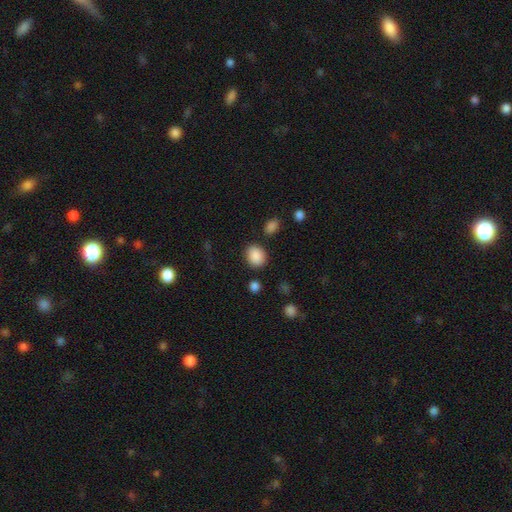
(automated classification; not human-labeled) Smooth or featured?
  - smooth: 88% *
  - star or artifact: 9%
  - featured or disk: 3%
How rounded?
  - round: 54% *
  - in between: 45%
  - cigar-shaped: 1%
Merging?
  - none: 83% *
  - minor disturbance: 10%
  - merger: 4%
  - major disturbance: 3%